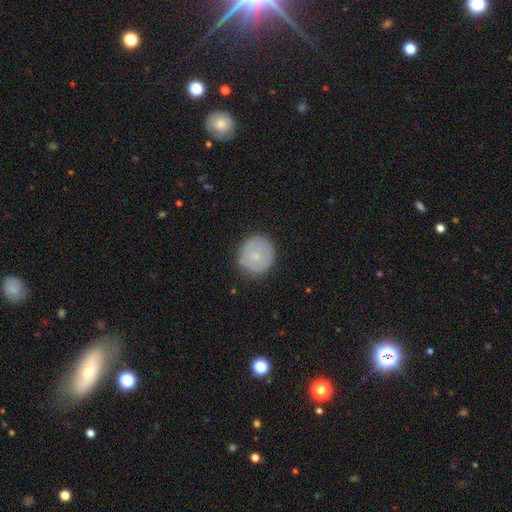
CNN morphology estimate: Smooth or featured?
  - smooth: 71% *
  - featured or disk: 22%
  - star or artifact: 7%
How rounded?
  - round: 94% *
  - in between: 5%
  - cigar-shaped: 1%
Merging?
  - none: 87% *
  - minor disturbance: 10%
  - major disturbance: 2%
  - merger: 1%